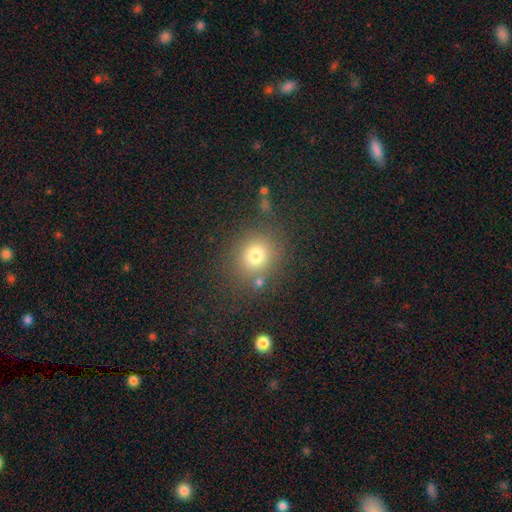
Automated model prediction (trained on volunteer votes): A smooth galaxy with no disk features (75%) that is round (81%). Merging: none (79%).